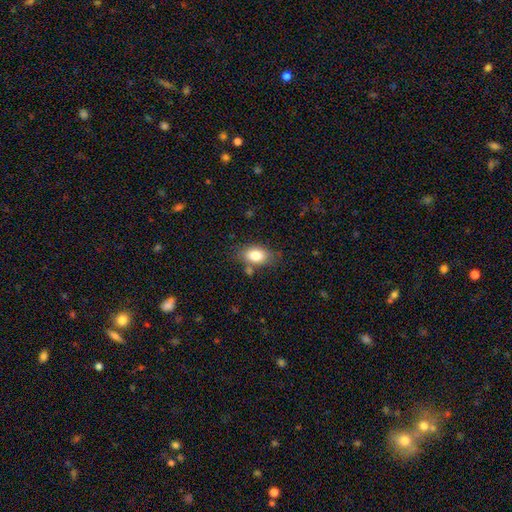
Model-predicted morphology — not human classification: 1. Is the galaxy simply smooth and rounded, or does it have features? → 82% smooth, 10% featured or disk, 8% star or artifact.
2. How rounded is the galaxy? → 87% in between, 11% round, 2% cigar-shaped.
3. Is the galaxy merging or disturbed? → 72% none, 16% minor disturbance, 7% merger, 4% major disturbance.